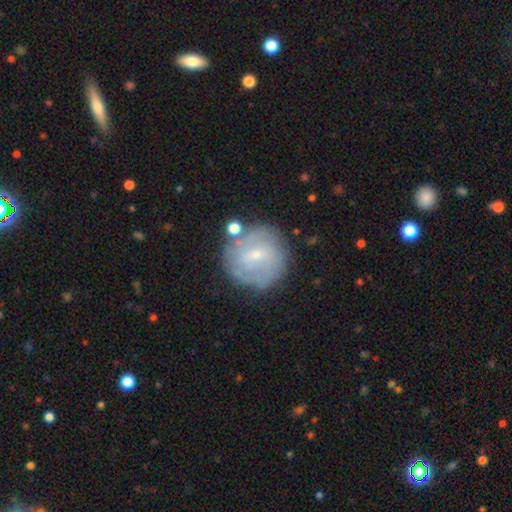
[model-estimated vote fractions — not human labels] This is possibly a featured or disk galaxy (52%). It is clearly not viewed edge-on (97%). Bar: possibly weak (51%). Spiral arm pattern: likely yes (64%). Central bulge: likely small (74%). Merging: likely none (75%).